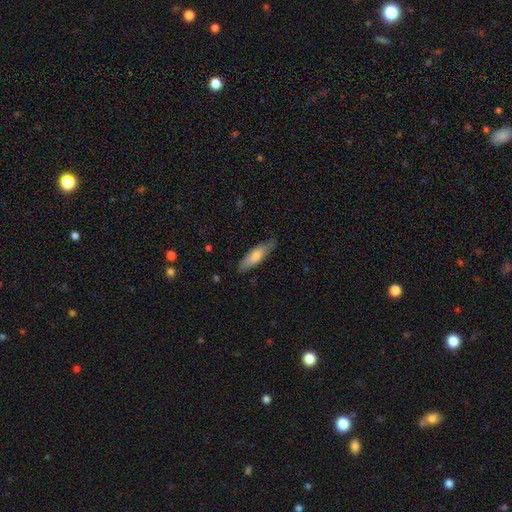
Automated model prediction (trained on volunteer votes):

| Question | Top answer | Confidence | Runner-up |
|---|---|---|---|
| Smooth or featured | smooth | 67% | featured or disk (28%) |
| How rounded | cigar-shaped | 57% | in between (41%) |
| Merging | none | 78% | minor disturbance (18%) |